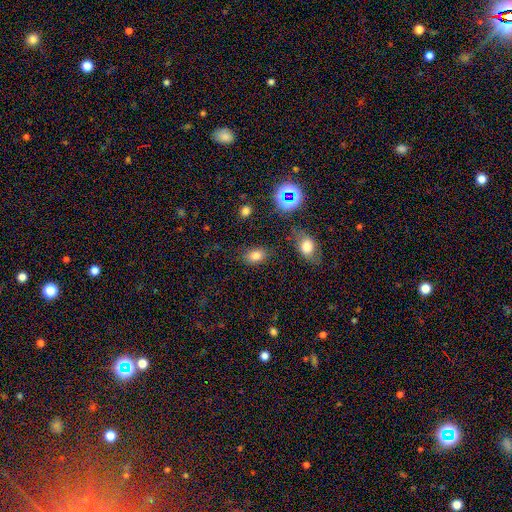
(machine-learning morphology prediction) smooth_or_featured: smooth (p=0.77) [alt: star or artifact p=0.15]
how_rounded: in between (p=0.74) [alt: round p=0.25]
merging: none (p=0.82) [alt: minor disturbance p=0.11]